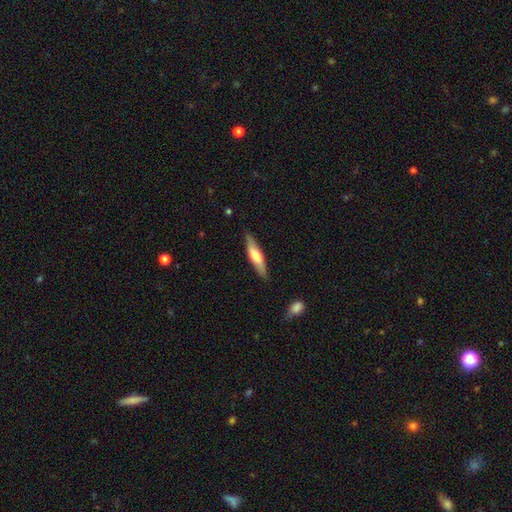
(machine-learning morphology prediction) This appears to be a smooth galaxy with no disk features (59%) that is cigar-shaped (78%). Merging: none (84%).